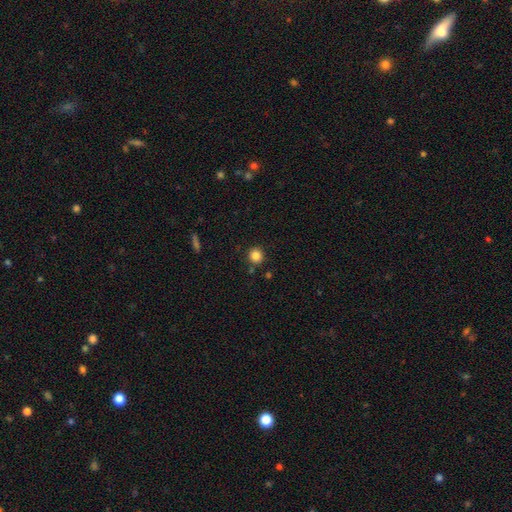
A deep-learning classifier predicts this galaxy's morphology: smooth_or_featured: smooth (p=0.84) [alt: star or artifact p=0.11]
how_rounded: round (p=0.92) [alt: in between p=0.07]
merging: none (p=0.87) [alt: minor disturbance p=0.07]